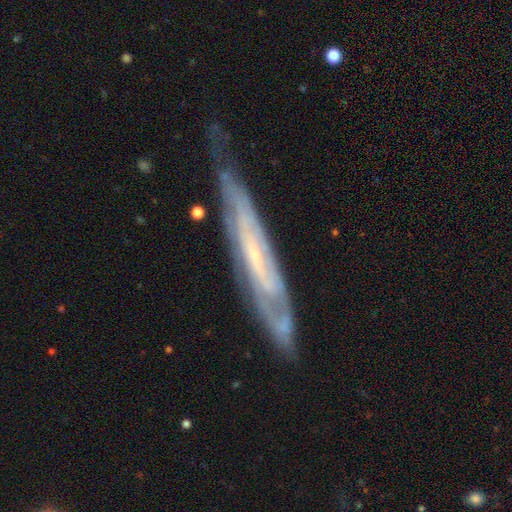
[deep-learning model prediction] Overall: featured or disk (78%). Edge-on disk: yes (51%; no 49%). Merging: none (62%; minor disturbance 27%).